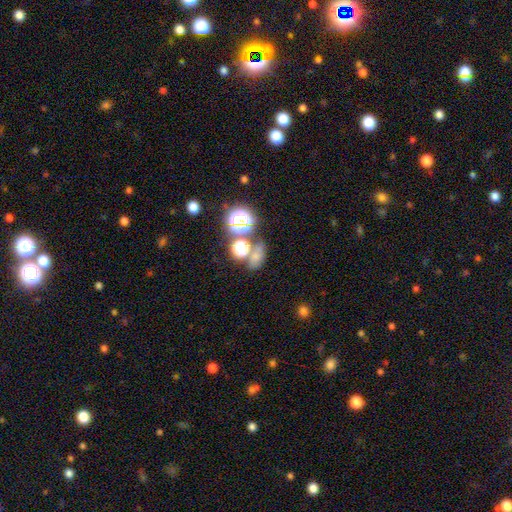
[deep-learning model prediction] A smooth galaxy with no disk features (54%) that is in between round and cigar-shaped (57%). Merging: none (55%).